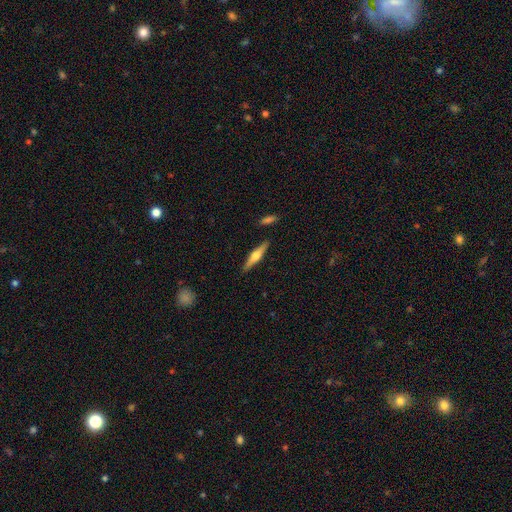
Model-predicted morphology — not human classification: Smooth or featured? featured or disk (58%)
Edge-on disk? yes (96%)
Edge-on bulge? rounded (90%)
Merging? none (88%)